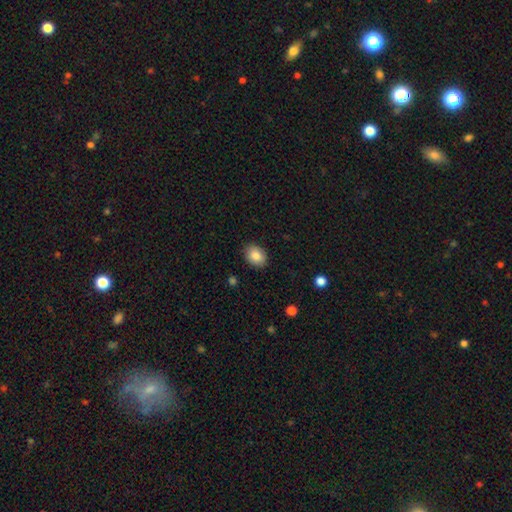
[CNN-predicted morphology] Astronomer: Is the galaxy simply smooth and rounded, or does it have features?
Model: smooth — 85%.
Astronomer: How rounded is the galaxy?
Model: in between — 67%.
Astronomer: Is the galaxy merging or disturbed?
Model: none — 88%.